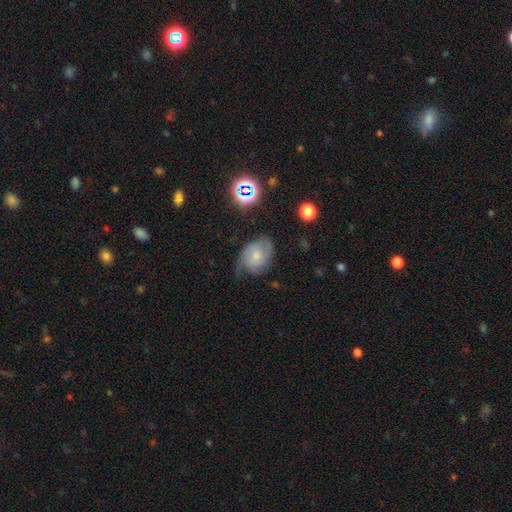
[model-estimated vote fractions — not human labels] featured or disk 58%, smooth 31%, star or artifact 11%. Down the decision tree: edge-on disk — no (97%); bar — no (65%); spiral arms — yes (89%); spiral arm count — 2 (59%); spiral winding — medium (44%); bulge size — moderate (43%, tied with small); merging — none (52%).